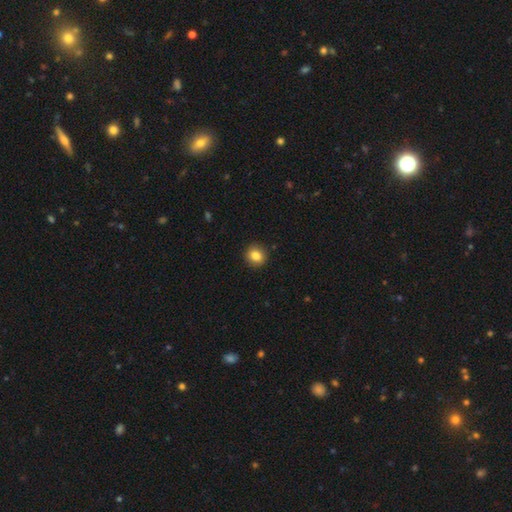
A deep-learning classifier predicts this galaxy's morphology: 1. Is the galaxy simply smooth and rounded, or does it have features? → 84% smooth, 9% star or artifact, 7% featured or disk.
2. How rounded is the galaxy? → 86% round, 13% in between, 1% cigar-shaped.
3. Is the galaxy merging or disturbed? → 91% none, 6% minor disturbance, 2% major disturbance, 1% merger.